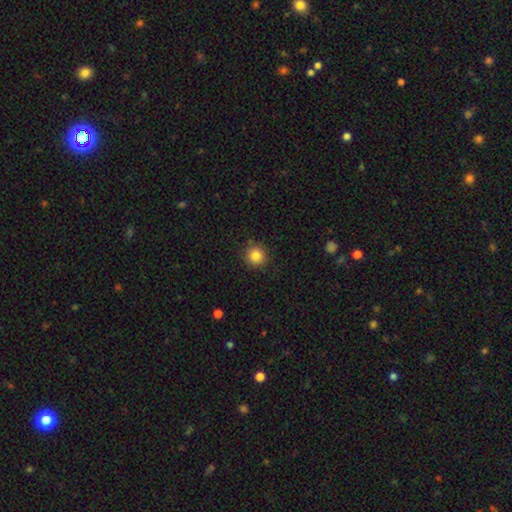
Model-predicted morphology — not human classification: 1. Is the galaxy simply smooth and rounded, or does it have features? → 85% smooth, 10% star or artifact, 5% featured or disk.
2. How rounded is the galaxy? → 93% round, 6% in between, 1% cigar-shaped.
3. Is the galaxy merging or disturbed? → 87% none, 9% minor disturbance, 2% major disturbance, 1% merger.